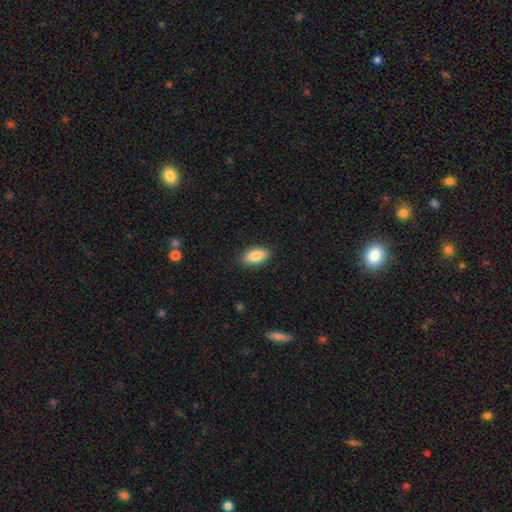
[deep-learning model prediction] Overall: smooth (86%). How rounded: in between (89%). Merging: none (88%).